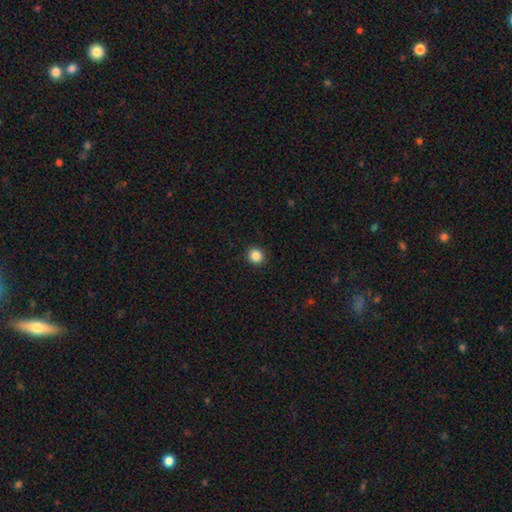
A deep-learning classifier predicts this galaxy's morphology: Overall: smooth (87%). How rounded: round (85%). Merging: none (92%).